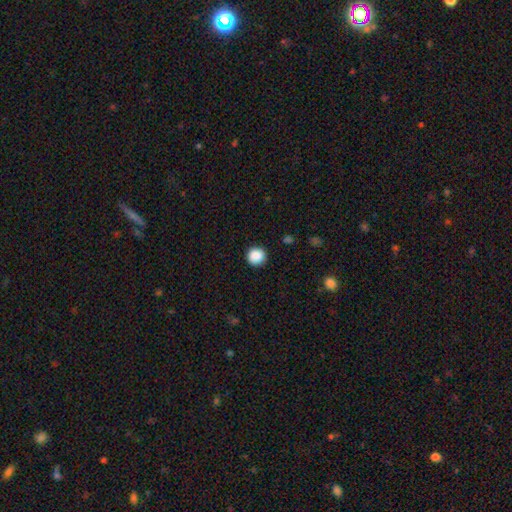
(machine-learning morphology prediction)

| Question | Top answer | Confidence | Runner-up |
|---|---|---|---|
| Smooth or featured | smooth | 87% | star or artifact (9%) |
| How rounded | round | 93% | in between (6%) |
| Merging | none | 89% | minor disturbance (8%) |